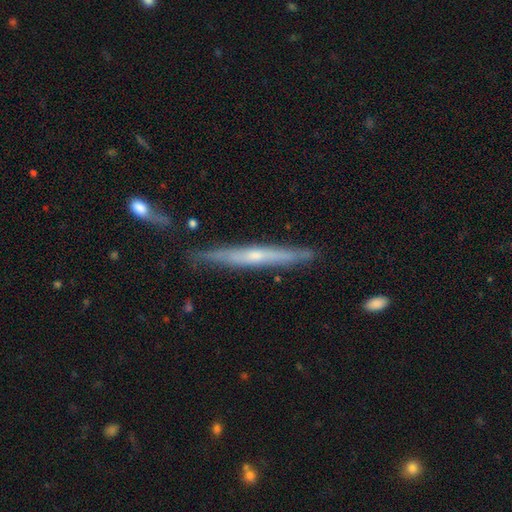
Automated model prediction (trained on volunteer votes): A featured or disk galaxy (67%) viewed edge-on (95%) with a rounded central bulge (56%). Merging: none (81%).